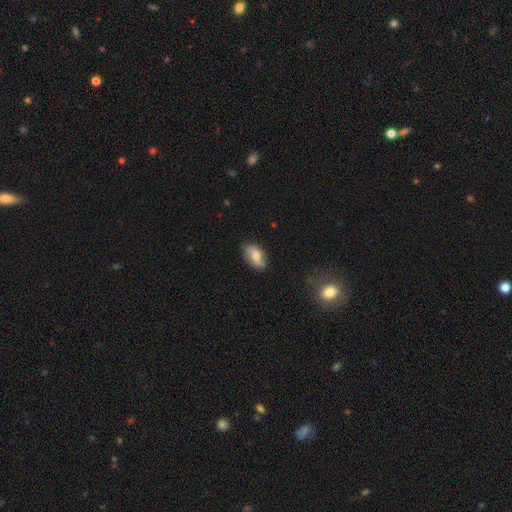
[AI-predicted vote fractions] Smooth or featured: smooth — 59% (featured or disk — 34%)
How rounded: in between — 91% (round — 5%)
Merging: none — 82% (minor disturbance — 14%)